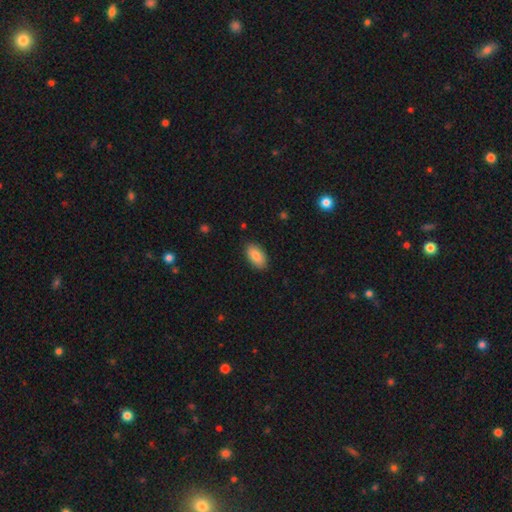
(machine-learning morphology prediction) Smooth or featured? Predicted: smooth (p=0.86). How rounded? Predicted: in between (p=0.94). Merging? Predicted: none (p=0.88).